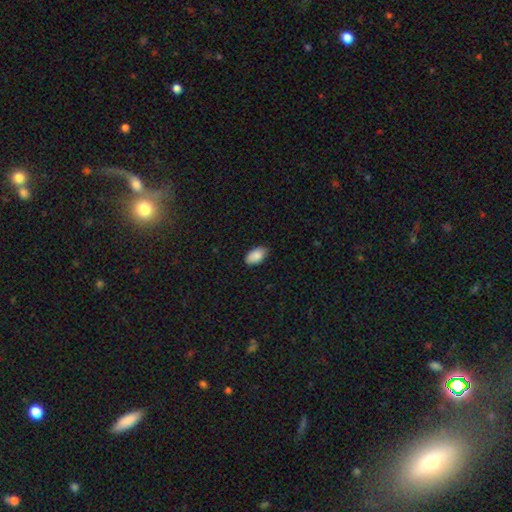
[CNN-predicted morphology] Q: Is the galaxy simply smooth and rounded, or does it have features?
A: smooth — 88%.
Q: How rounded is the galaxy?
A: in between — 95%.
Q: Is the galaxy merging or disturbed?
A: none — 83%.